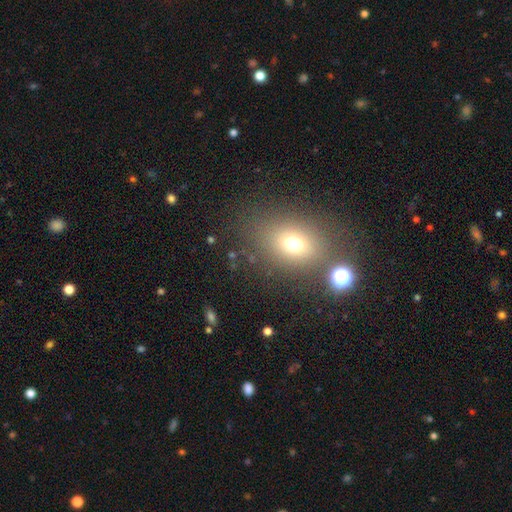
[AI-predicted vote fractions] Smooth or featured: smooth — 62% (star or artifact — 25%)
How rounded: in between — 62% (round — 36%)
Merging: none — 75% (minor disturbance — 11%)